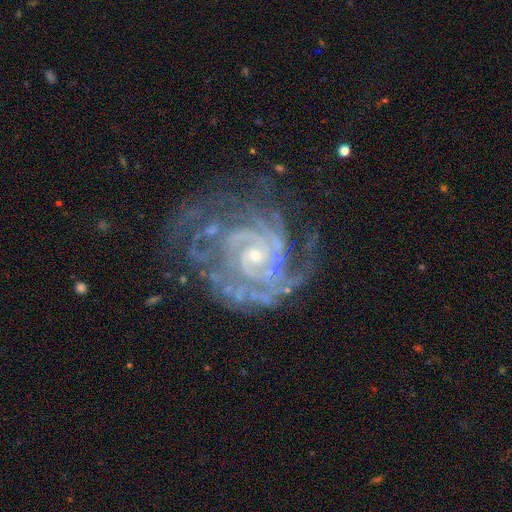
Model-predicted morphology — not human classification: Smooth or featured? featured or disk (91%)
Edge-on disk? no (98%)
Bar? no (70%)
Spiral arms? yes (98%)
Spiral winding? tight (76%)
Spiral arm count? 2 (29%)
Bulge size? small (70%)
Merging? none (60%)